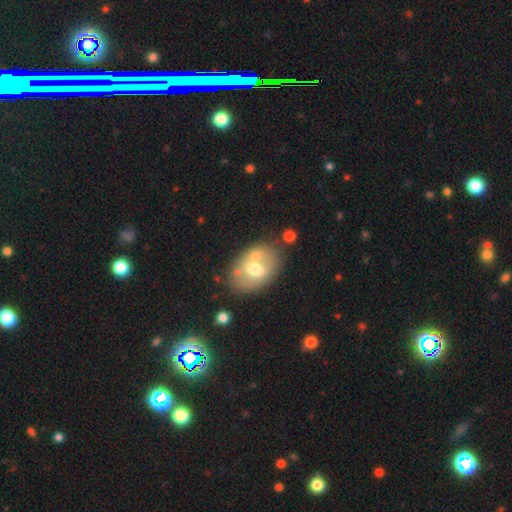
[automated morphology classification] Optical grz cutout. It shows a smooth galaxy with no disk features (51%) that is in between round and cigar-shaped (79%). Merging: none (61%).